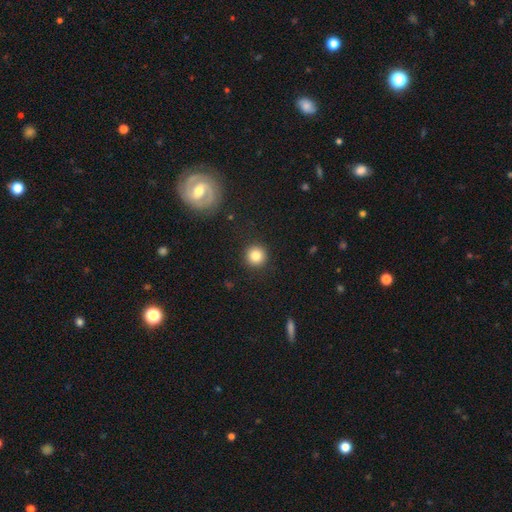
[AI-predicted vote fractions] Smooth or featured? Predicted: smooth (p=0.84). How rounded? Predicted: round (p=0.95). Merging? Predicted: none (p=0.91).